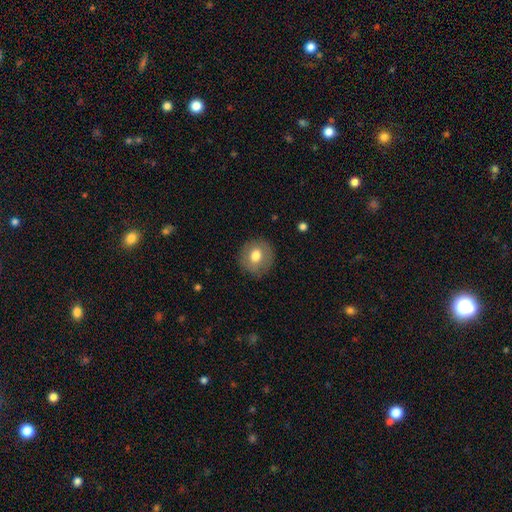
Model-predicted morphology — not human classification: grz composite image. It shows a smooth galaxy with no disk features (71%) that is round (86%). Merging: none (87%).